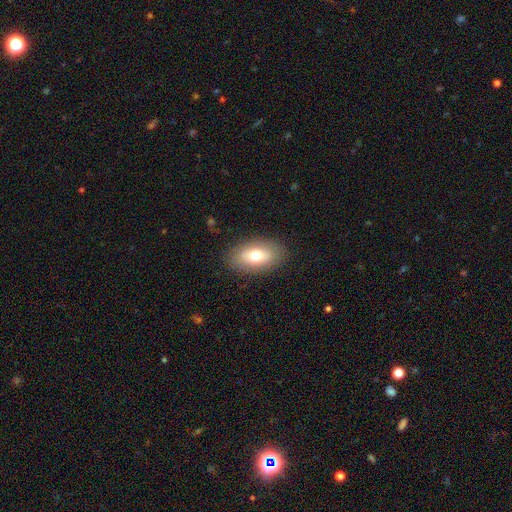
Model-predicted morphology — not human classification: smooth-or-featured: smooth: 71% | featured or disk: 21% | star or artifact: 8%
  how-rounded: in between: 90% | round: 7% | cigar-shaped: 3%
  merging: none: 86% | minor disturbance: 10% | major disturbance: 3% | merger: 1%